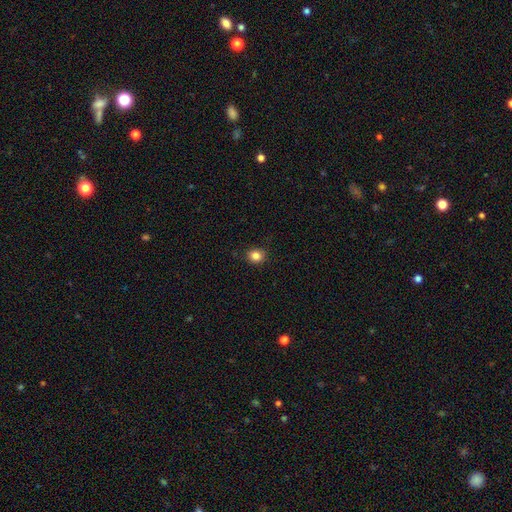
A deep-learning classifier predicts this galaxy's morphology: smooth 84%, star or artifact 11%, featured or disk 5%. Down the decision tree: how rounded — round (79%); merging — none (89%).